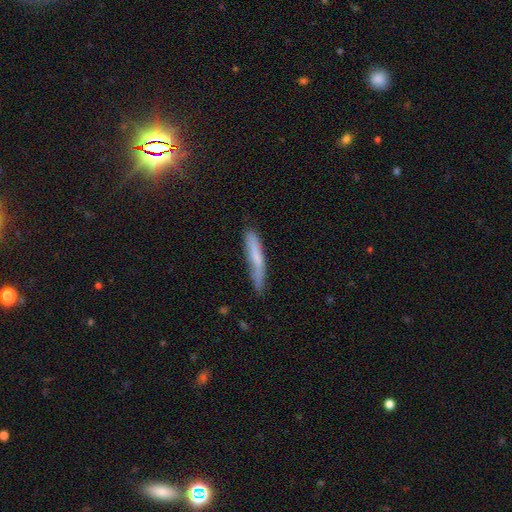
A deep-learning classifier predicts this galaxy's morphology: Overall: smooth (68%). How rounded: cigar-shaped (93%). Merging: none (64%; minor disturbance 27%).